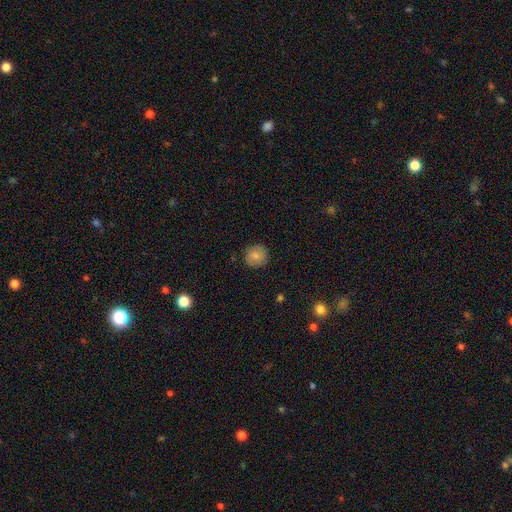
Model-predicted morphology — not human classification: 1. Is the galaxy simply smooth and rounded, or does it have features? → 75% smooth, 16% featured or disk, 8% star or artifact.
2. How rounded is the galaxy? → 88% round, 11% in between, 1% cigar-shaped.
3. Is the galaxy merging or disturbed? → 86% none, 11% minor disturbance, 3% major disturbance, 1% merger.